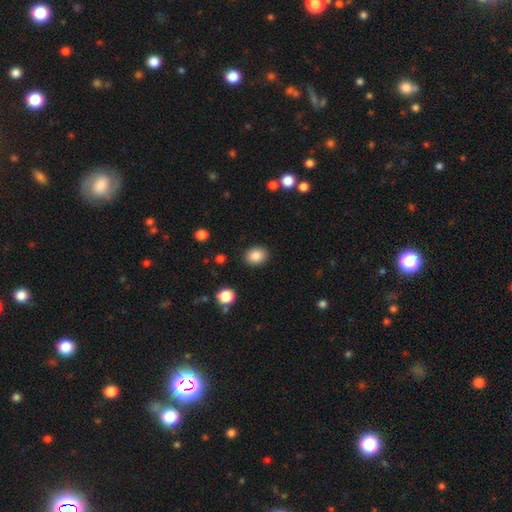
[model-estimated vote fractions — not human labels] Smooth or featured?
  - smooth: 87% *
  - star or artifact: 9%
  - featured or disk: 4%
How rounded?
  - in between: 57% *
  - round: 42%
  - cigar-shaped: 1%
Merging?
  - none: 88% *
  - minor disturbance: 8%
  - major disturbance: 2%
  - merger: 1%